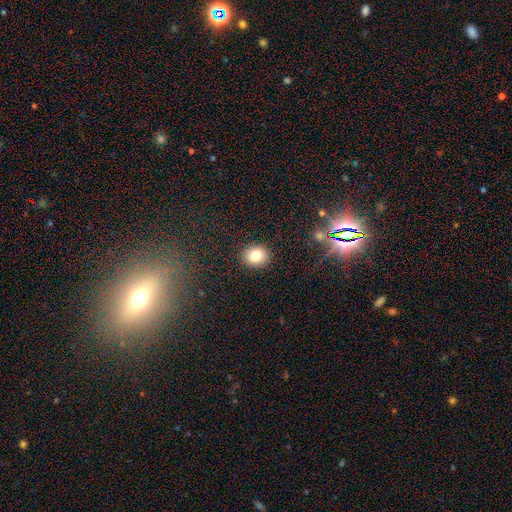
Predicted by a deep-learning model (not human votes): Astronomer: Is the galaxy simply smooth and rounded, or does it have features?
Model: smooth — 80%.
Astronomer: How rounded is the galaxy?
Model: round — 64%.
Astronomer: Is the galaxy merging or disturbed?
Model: none — 90%.